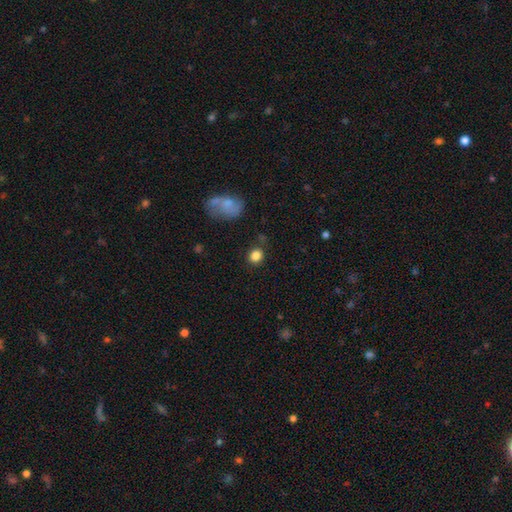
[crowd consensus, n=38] smooth-or-featured: smooth: 84% | featured or disk: 8% | star or artifact: 8%
  how-rounded: round: 78% | in between: 22% | cigar-shaped: 0%
  merging: none: 83% | minor disturbance: 11% | merger: 6% | major disturbance: 0%